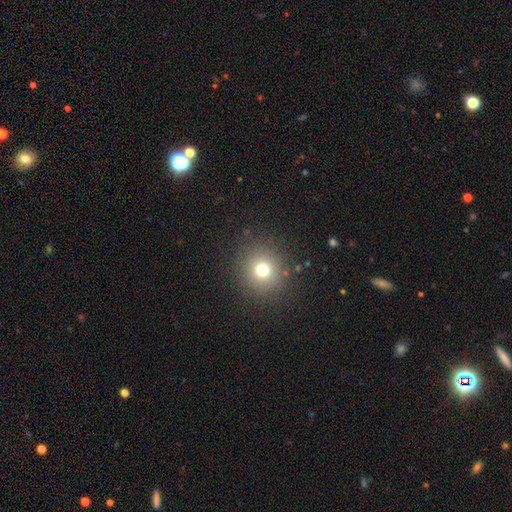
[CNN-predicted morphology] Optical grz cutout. It shows a smooth galaxy with no disk features (60%) that is round (93%). Merging: none (91%).